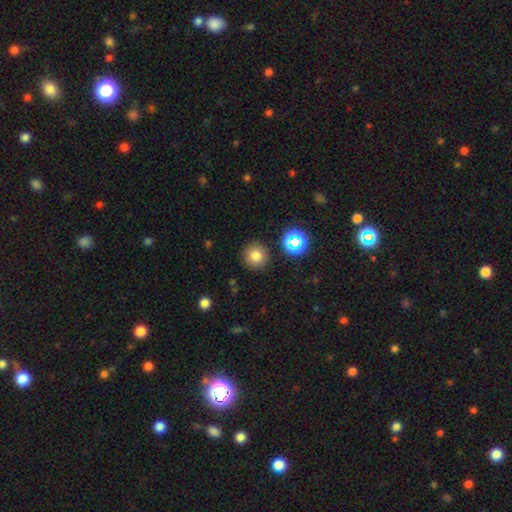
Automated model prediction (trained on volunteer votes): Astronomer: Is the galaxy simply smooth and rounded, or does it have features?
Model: smooth — 77%.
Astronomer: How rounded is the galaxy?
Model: round — 95%.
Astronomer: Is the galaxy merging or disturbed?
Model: none — 88%.